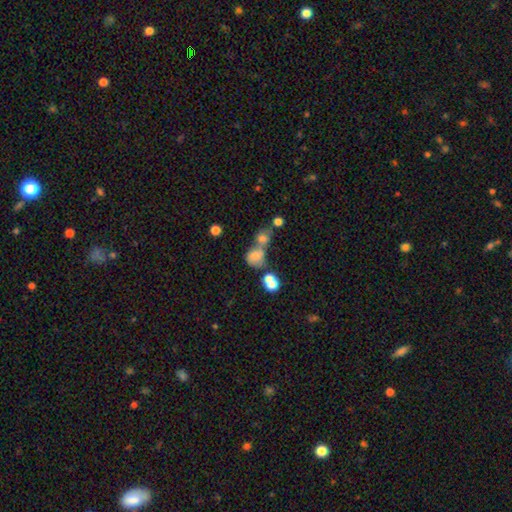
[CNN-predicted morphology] This is likely a smooth galaxy (68%). How rounded: possibly round (55%). Merging: possibly merger (55%).